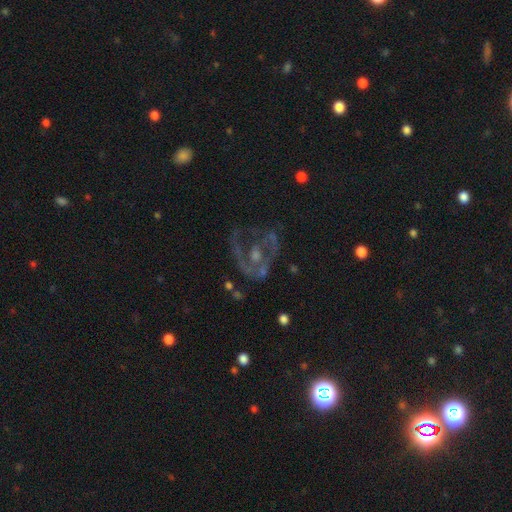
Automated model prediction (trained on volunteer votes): smooth_or_featured: featured or disk (p=0.74) [alt: star or artifact p=0.13]
disk_edge_on: no (p=0.97) [alt: yes p=0.03]
bar: no (p=0.67) [alt: weak p=0.25]
has_spiral_arms: yes (p=0.58) [alt: no p=0.42]
bulge_size: moderate (p=0.42) [alt: small p=0.38]
merging: none (p=0.49) [alt: major disturbance p=0.30]